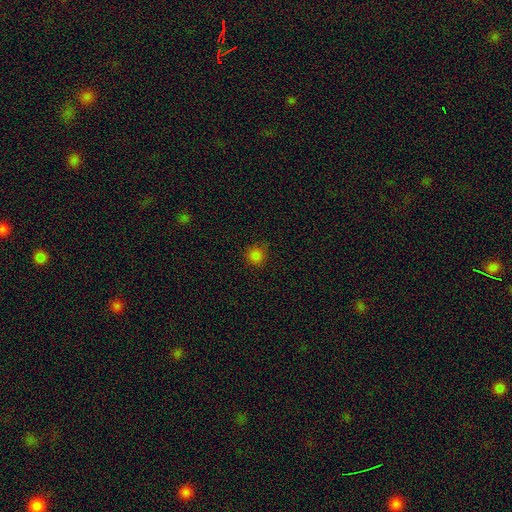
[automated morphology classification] Smooth or featured?
  - smooth: 82% *
  - star or artifact: 15%
  - featured or disk: 3%
How rounded?
  - round: 93% *
  - in between: 6%
  - cigar-shaped: 1%
Merging?
  - none: 85% *
  - minor disturbance: 11%
  - major disturbance: 3%
  - merger: 1%